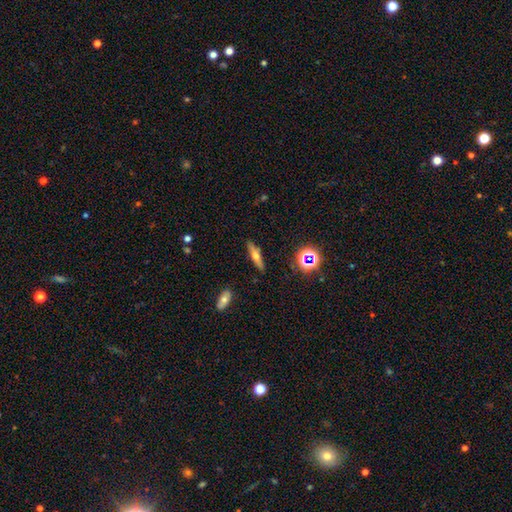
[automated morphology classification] type=smooth (46%); merging=none (87%).